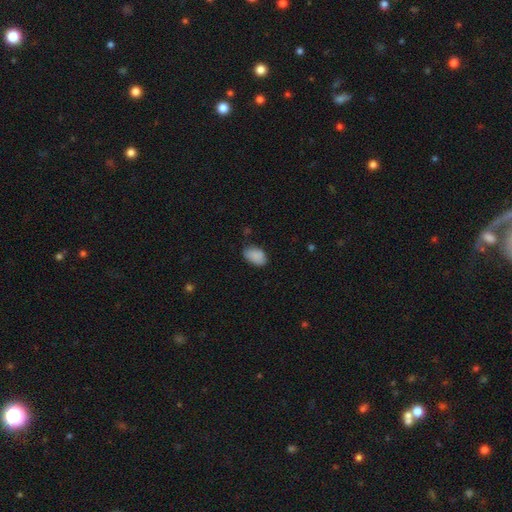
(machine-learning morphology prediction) Smooth or featured: smooth — 87% (star or artifact — 8%)
How rounded: in between — 91% (round — 8%)
Merging: none — 72% (minor disturbance — 22%)